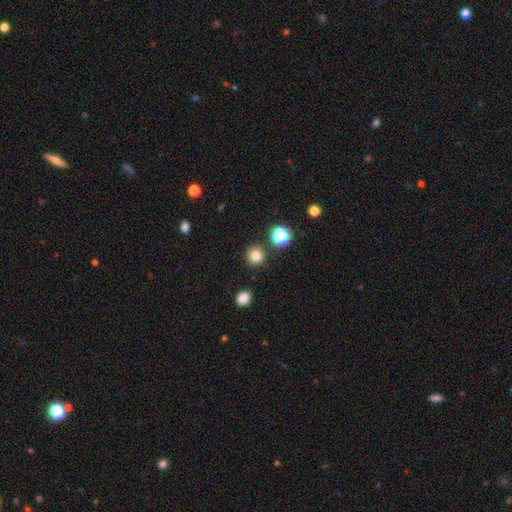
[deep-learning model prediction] Overall: smooth (81%). How rounded: round (94%). Merging: none (88%).